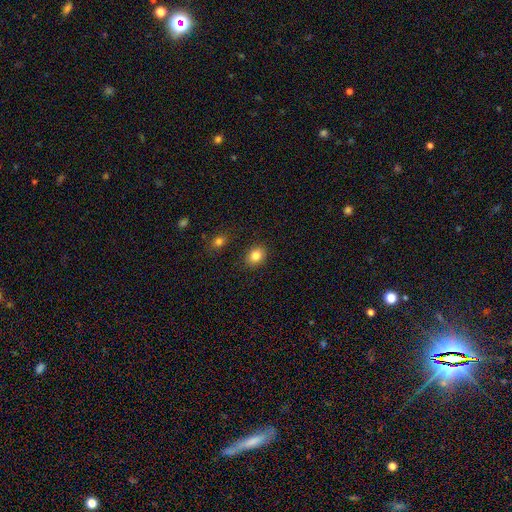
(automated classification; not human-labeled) A smooth galaxy with no disk features (84%) that is round (50%).

Vote fractions:
- Smooth or featured? smooth: 84% / star or artifact: 10% / featured or disk: 6%
- How rounded? round: 50% / in between: 49% / cigar-shaped: 1%
- Merging? none: 88% / minor disturbance: 8% / major disturbance: 2% / merger: 2%